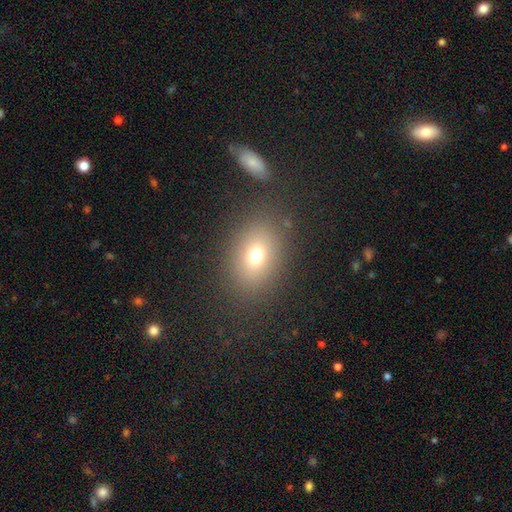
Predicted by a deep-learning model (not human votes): Smooth or featured?
  - smooth: 71% *
  - star or artifact: 15%
  - featured or disk: 14%
How rounded?
  - in between: 66% *
  - round: 32%
  - cigar-shaped: 1%
Merging?
  - none: 81% *
  - minor disturbance: 10%
  - major disturbance: 5%
  - merger: 3%